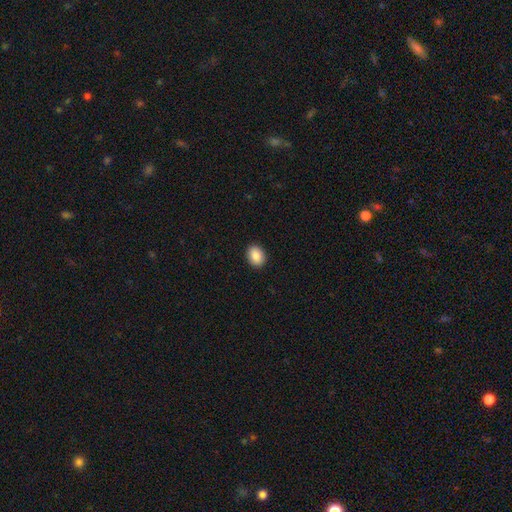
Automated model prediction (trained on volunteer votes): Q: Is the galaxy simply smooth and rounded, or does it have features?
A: smooth — 87%.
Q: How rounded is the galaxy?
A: in between — 59%.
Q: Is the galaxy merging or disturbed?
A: none — 91%.